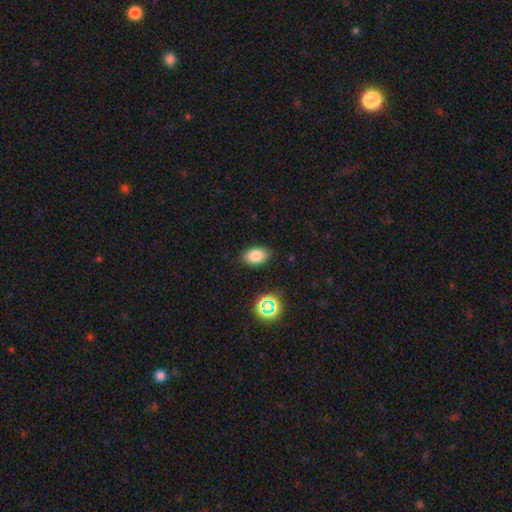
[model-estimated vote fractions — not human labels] smooth 80%, star or artifact 12%, featured or disk 9%. Down the decision tree: how rounded — in between (87%); merging — none (84%).